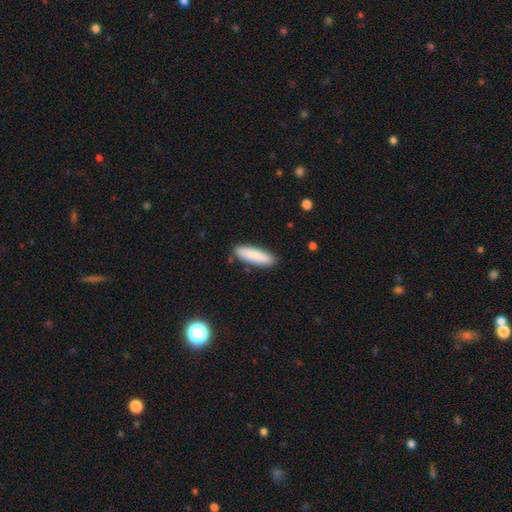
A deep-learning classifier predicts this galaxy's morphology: Q: Smooth or featured?
A: smooth (87%); runner-up: featured or disk (8%)
Q: How rounded?
A: cigar-shaped (66%); runner-up: in between (33%)
Q: Merging?
A: none (87%); runner-up: minor disturbance (9%)